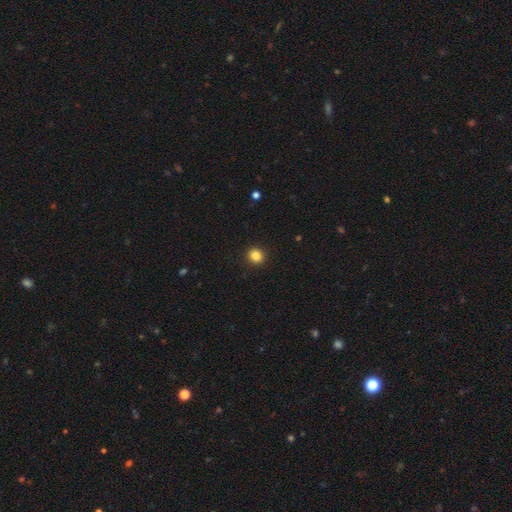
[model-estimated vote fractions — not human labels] smooth-or-featured: smooth: 85% | star or artifact: 11% | featured or disk: 4%
  how-rounded: round: 87% | in between: 12% | cigar-shaped: 1%
  merging: none: 92% | minor disturbance: 5% | major disturbance: 2% | merger: 1%